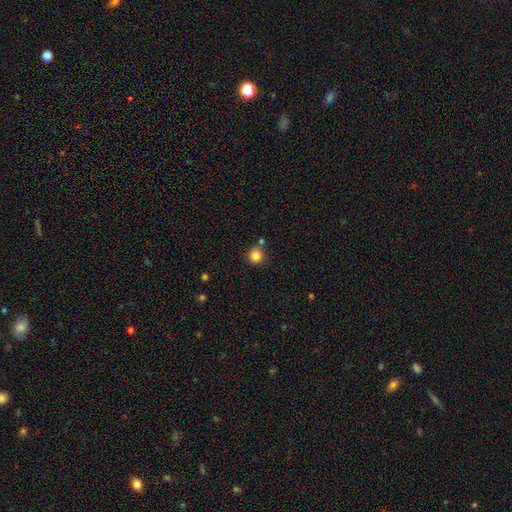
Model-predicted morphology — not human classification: smooth_or_featured: smooth (p=0.84) [alt: star or artifact p=0.11]
how_rounded: round (p=0.93) [alt: in between p=0.06]
merging: none (p=0.76) [alt: merger p=0.12]